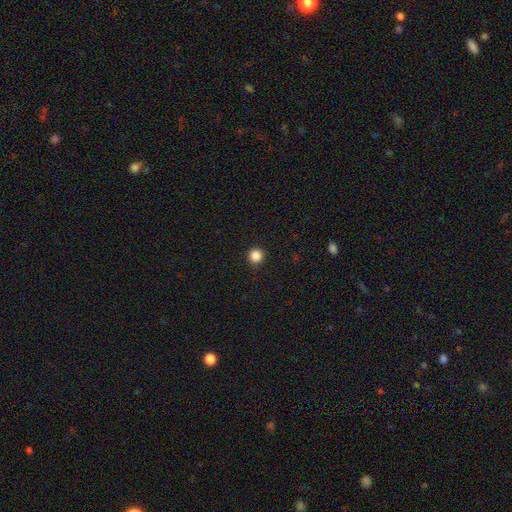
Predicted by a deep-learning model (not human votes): smooth-or-featured: smooth: 86% | star or artifact: 11% | featured or disk: 3%
  how-rounded: round: 96% | in between: 3% | cigar-shaped: 1%
  merging: none: 93% | minor disturbance: 4% | major disturbance: 2% | merger: 1%